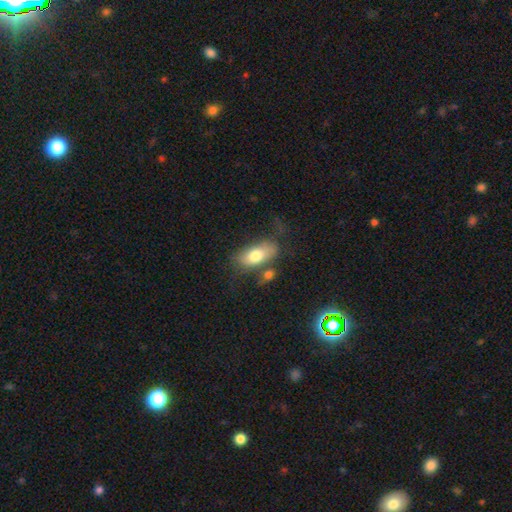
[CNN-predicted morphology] Smooth or featured?
  - smooth: 73% *
  - featured or disk: 21%
  - star or artifact: 7%
How rounded?
  - in between: 87% *
  - cigar-shaped: 9%
  - round: 4%
Merging?
  - none: 54% *
  - minor disturbance: 21%
  - merger: 15%
  - major disturbance: 11%